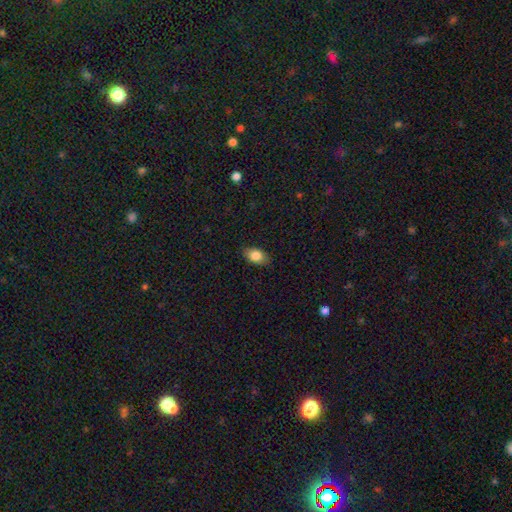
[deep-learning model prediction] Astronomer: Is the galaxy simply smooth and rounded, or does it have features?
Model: smooth — 83%.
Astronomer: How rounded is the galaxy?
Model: in between — 87%.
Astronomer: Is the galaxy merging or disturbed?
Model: none — 85%.